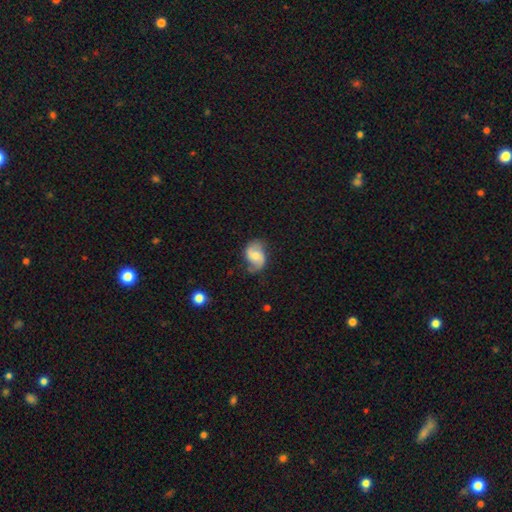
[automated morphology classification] featured or disk 67%, smooth 25%, star or artifact 8%. Down the decision tree: edge-on disk — no (97%); bar — no (50%); spiral arms — yes (92%); spiral arm count — 2 (86%); spiral winding — medium (42%); bulge size — moderate (56%); merging — none (69%).